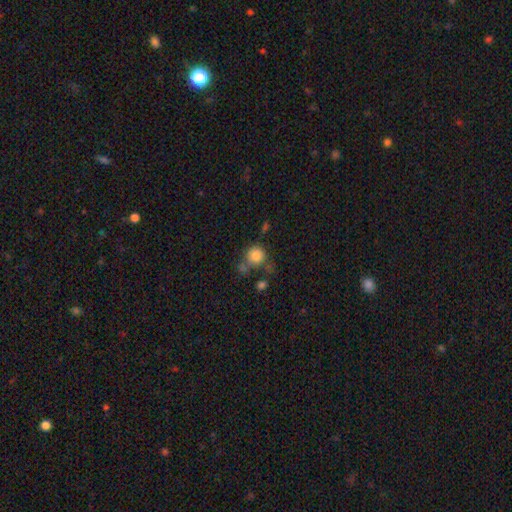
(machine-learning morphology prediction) type=smooth (83%); roundness=round (86%); merging=none (53%).